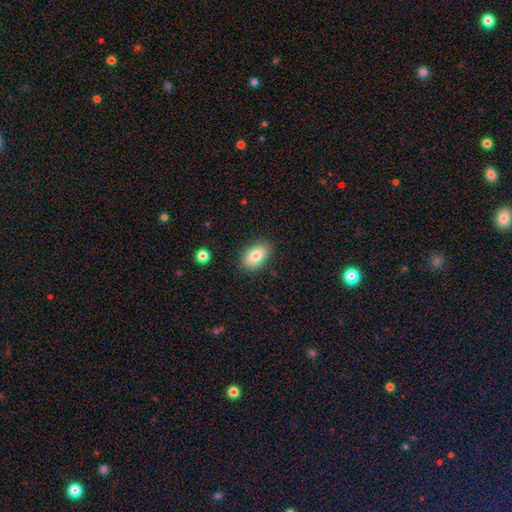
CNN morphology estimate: Smooth or featured? Predicted: smooth (p=0.82). How rounded? Predicted: in between (p=0.91). Merging? Predicted: none (p=0.85).